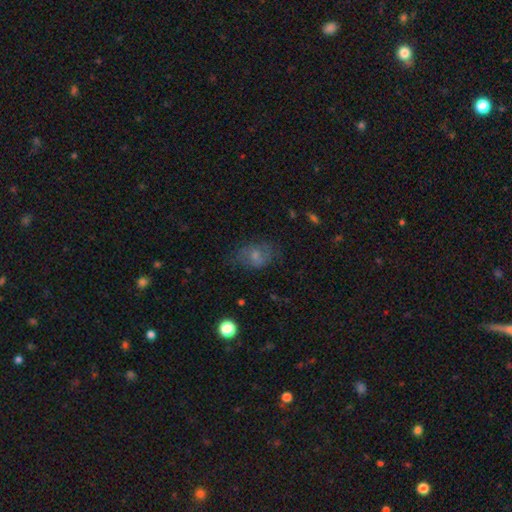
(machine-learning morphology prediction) A smooth galaxy with no disk features (57%) that is in between round and cigar-shaped (74%). Merging: none (61%).